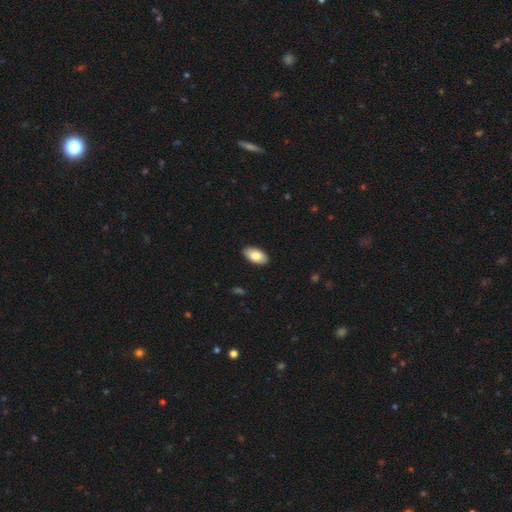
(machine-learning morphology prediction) Q: Smooth or featured?
A: smooth (82%); runner-up: featured or disk (12%)
Q: How rounded?
A: in between (95%); runner-up: round (2%)
Q: Merging?
A: none (90%); runner-up: minor disturbance (8%)